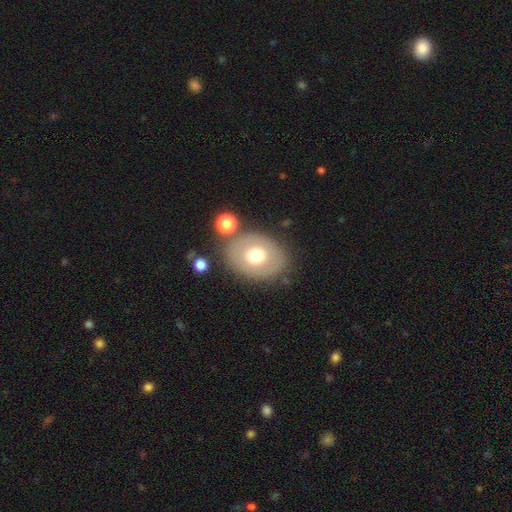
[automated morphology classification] A smooth galaxy with no disk features (62%) that is in between round and cigar-shaped (60%).

Vote fractions:
- Smooth or featured? smooth: 62% / featured or disk: 30% / star or artifact: 8%
- How rounded? in between: 60% / round: 39% / cigar-shaped: 1%
- Merging? none: 78% / minor disturbance: 11% / merger: 6% / major disturbance: 5%